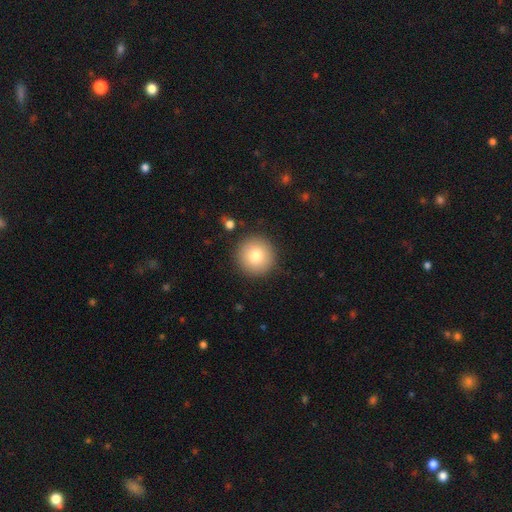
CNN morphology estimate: smooth 78%, featured or disk 12%, star or artifact 9%. Down the decision tree: how rounded — round (96%); merging — none (90%).